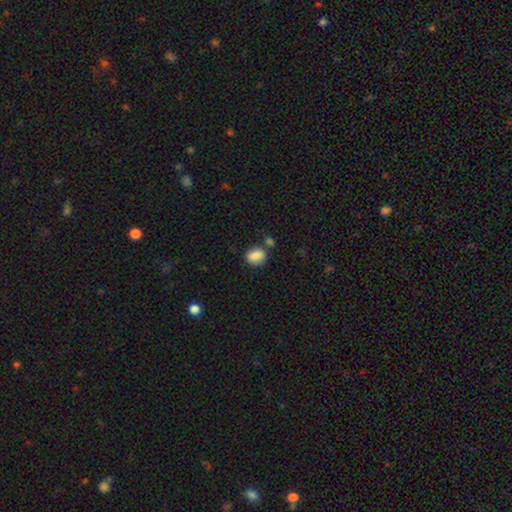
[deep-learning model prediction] This is clearly a smooth galaxy (85%). How rounded: likely in between (62%). Merging: likely none (66%).